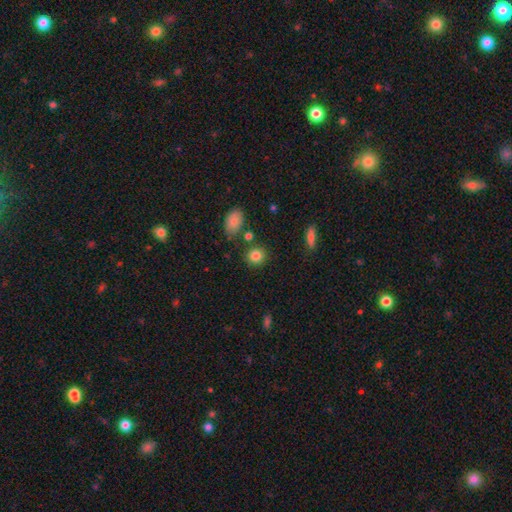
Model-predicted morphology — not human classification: Q: Smooth or featured?
A: smooth (84%); runner-up: star or artifact (11%)
Q: How rounded?
A: round (84%); runner-up: in between (15%)
Q: Merging?
A: none (82%); runner-up: minor disturbance (9%)